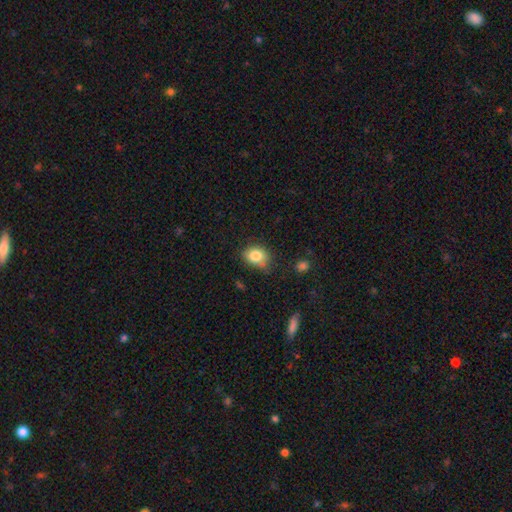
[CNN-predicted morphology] A smooth galaxy with no disk features (82%) that is in between round and cigar-shaped (58%). Merging: none (61%).